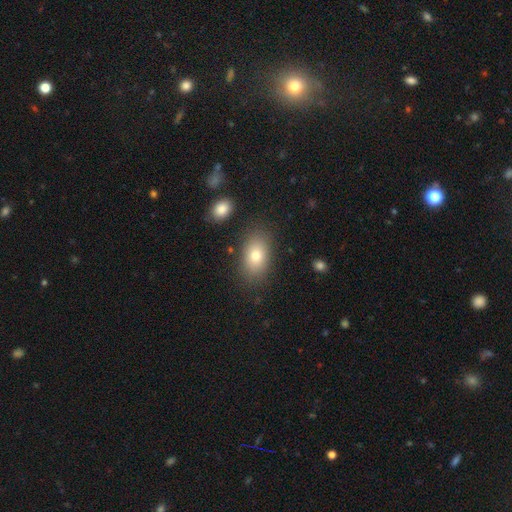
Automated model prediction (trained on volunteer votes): smooth 77%, featured or disk 14%, star or artifact 10%. Down the decision tree: how rounded — in between (87%); merging — none (82%).